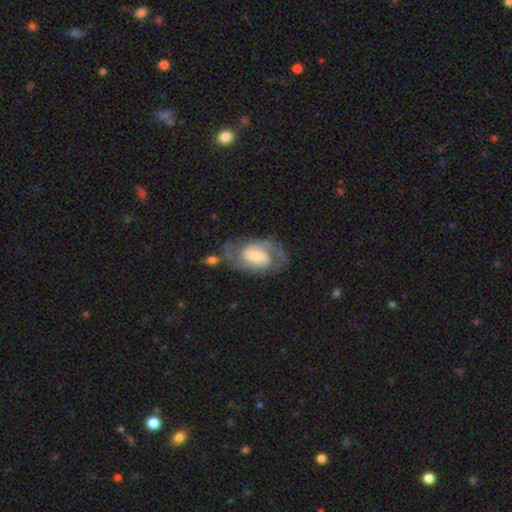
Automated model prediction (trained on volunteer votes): Smooth or featured? Predicted: featured or disk (p=0.72). Edge-on disk? Predicted: no (p=0.96). Bar? Predicted: weak (p=0.43, tied with no). Spiral arms? Predicted: yes (p=0.89). Spiral winding? Predicted: medium (p=0.47). Spiral arm count? Predicted: 2 (p=0.73). Bulge size? Predicted: small (p=0.38). Merging? Predicted: none (p=0.56).